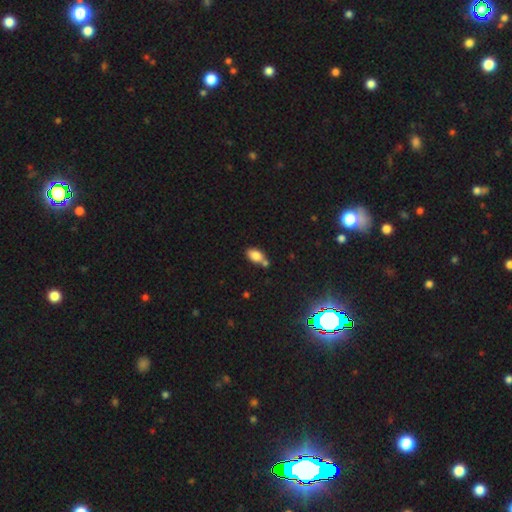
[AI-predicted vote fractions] Morphology: type=smooth (81%); roundness=in between (88%); merging=none (51%).